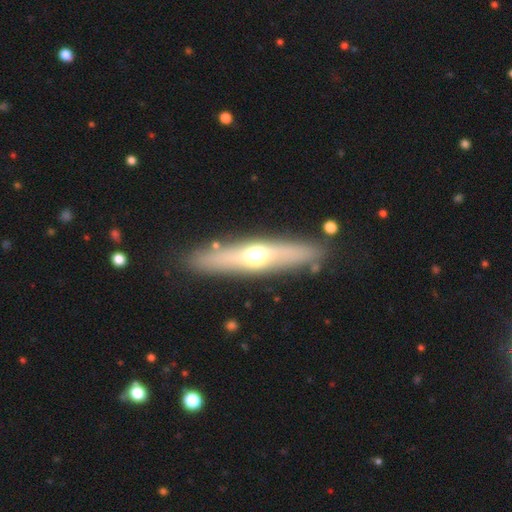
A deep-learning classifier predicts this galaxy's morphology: featured or disk 50%, smooth 44%, star or artifact 6%. Down the decision tree: merging — none (86%).